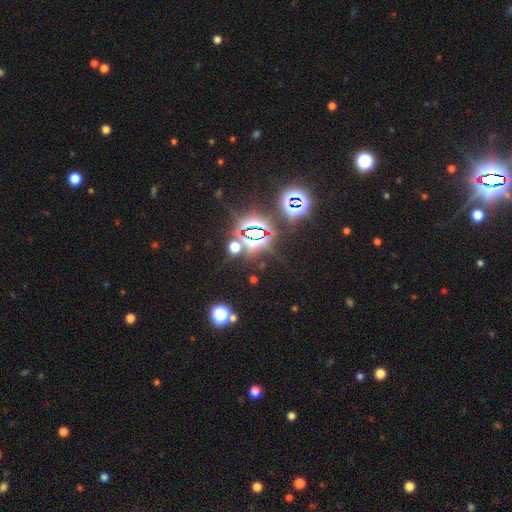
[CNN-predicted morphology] star or artifact 84%, smooth 10%, featured or disk 6%.